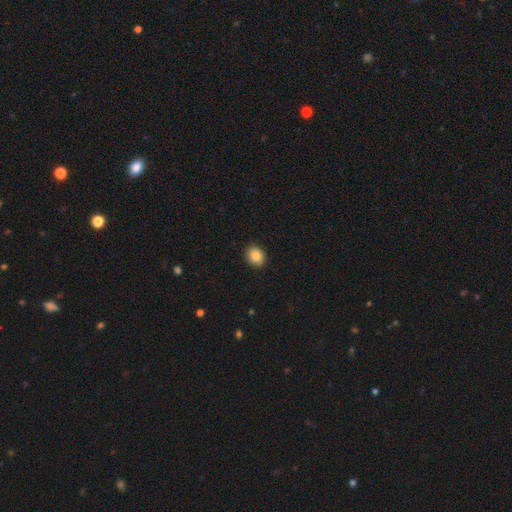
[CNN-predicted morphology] Overall: smooth (86%). How rounded: in between (54%; round 45%). Merging: none (91%).